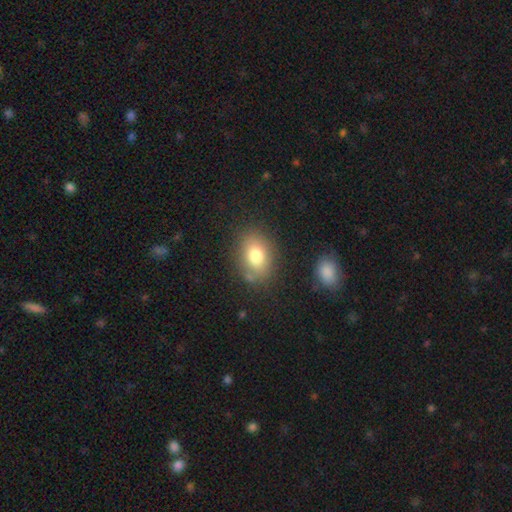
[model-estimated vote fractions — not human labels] A smooth galaxy with no disk features (78%) that is in between round and cigar-shaped (70%). Merging: none (79%).